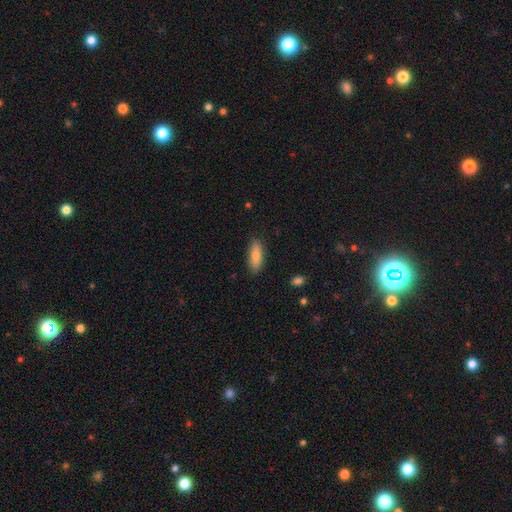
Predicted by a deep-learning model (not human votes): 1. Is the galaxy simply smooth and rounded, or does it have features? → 86% smooth, 7% featured or disk, 6% star or artifact.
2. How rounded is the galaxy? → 68% in between, 30% cigar-shaped, 2% round.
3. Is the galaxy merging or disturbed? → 86% none, 11% minor disturbance, 2% major disturbance, 1% merger.